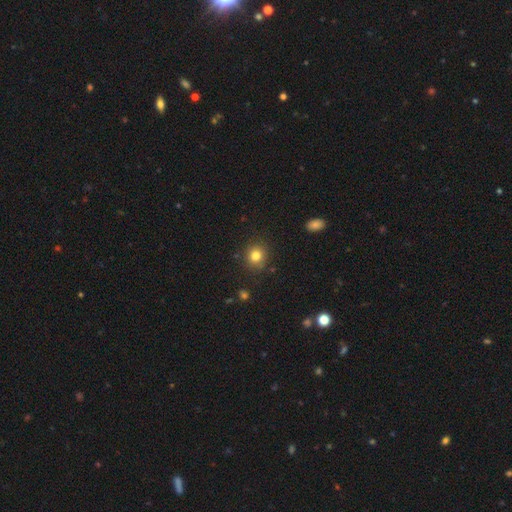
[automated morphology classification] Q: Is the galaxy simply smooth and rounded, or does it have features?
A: smooth — 81%.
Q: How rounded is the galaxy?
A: round — 84%.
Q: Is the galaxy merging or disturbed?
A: none — 86%.